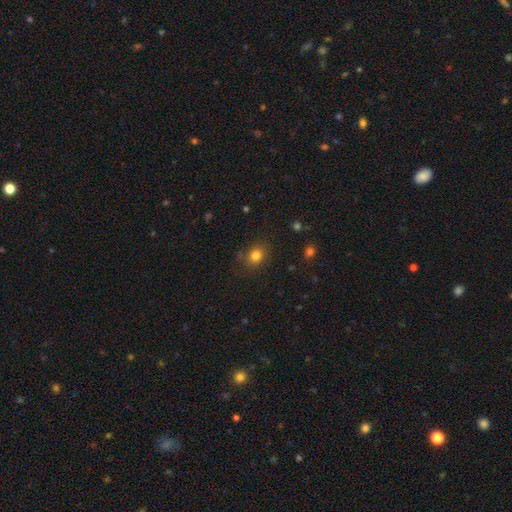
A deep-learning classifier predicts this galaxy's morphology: This is clearly a smooth galaxy (80%). How rounded: likely round (64%). Merging: clearly none (80%).